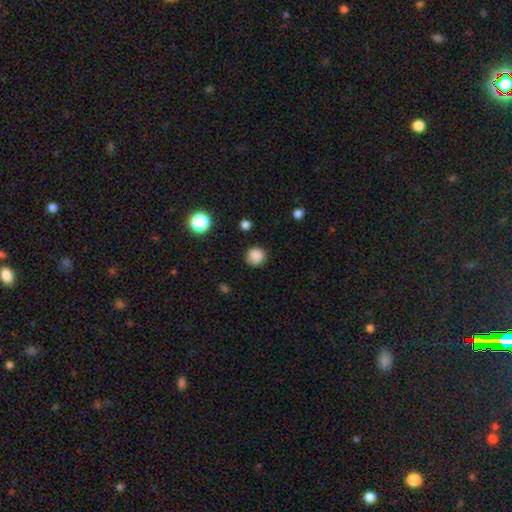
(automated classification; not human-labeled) Smooth or featured? smooth (85%)
How rounded? round (93%)
Merging? none (88%)